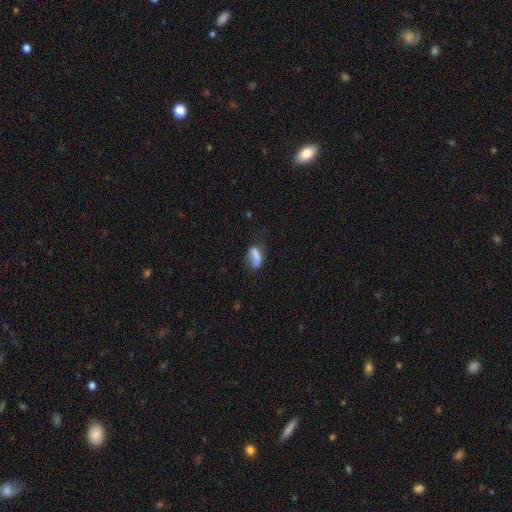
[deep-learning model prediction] Smooth or featured?
  - smooth: 76% *
  - featured or disk: 15%
  - star or artifact: 9%
How rounded?
  - in between: 82% *
  - cigar-shaped: 13%
  - round: 5%
Merging?
  - none: 47% *
  - minor disturbance: 31%
  - major disturbance: 17%
  - merger: 5%